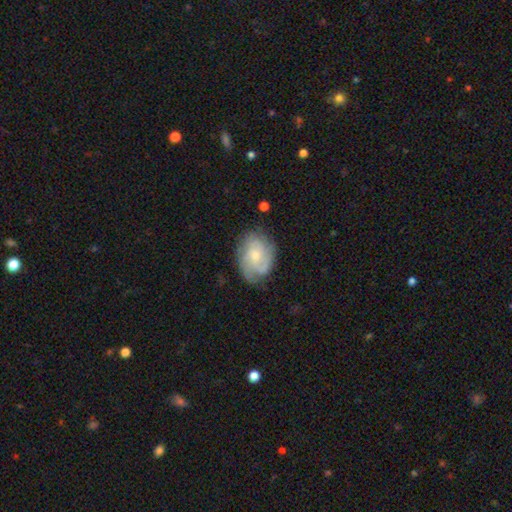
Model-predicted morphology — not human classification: This appears to be a featured or disk galaxy (64%) with no bar (73%), tight (50%) spiral arms (86%) and a small central bulge (53%). Merging: none (68%).